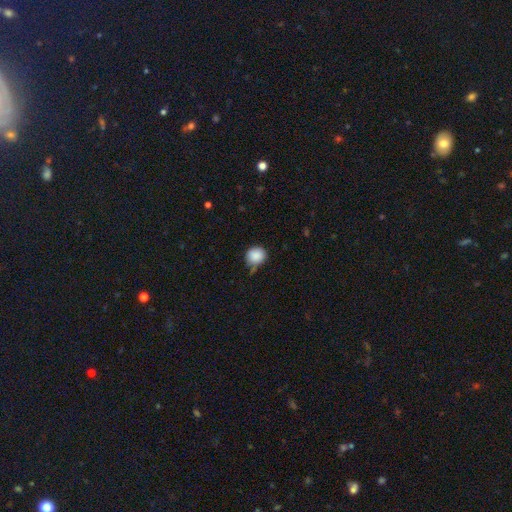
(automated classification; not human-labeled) Smooth or featured? Predicted: smooth (p=0.88). How rounded? Predicted: round (p=0.89). Merging? Predicted: none (p=0.68).